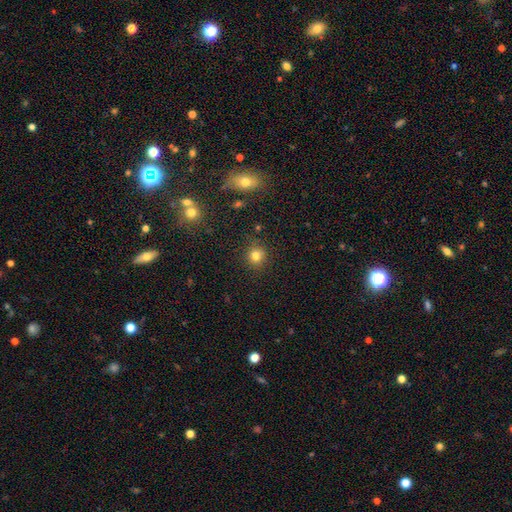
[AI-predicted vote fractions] Smooth or featured? smooth (80%)
How rounded? round (87%)
Merging? none (85%)